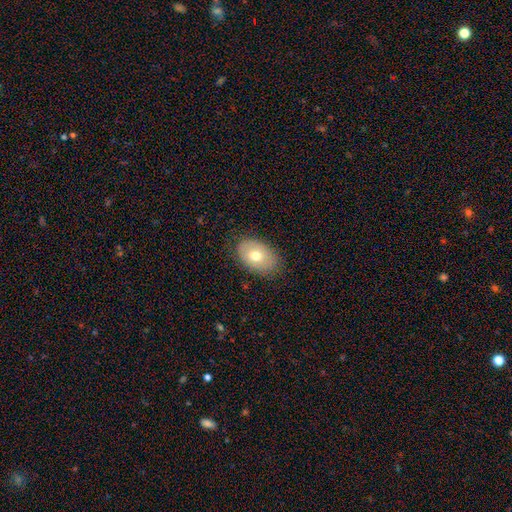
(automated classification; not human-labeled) The model was most divided on "smooth or featured": smooth: 67%, featured or disk: 25%, star or artifact: 8%. More confident: how rounded — in between (87%); merging — none (82%).